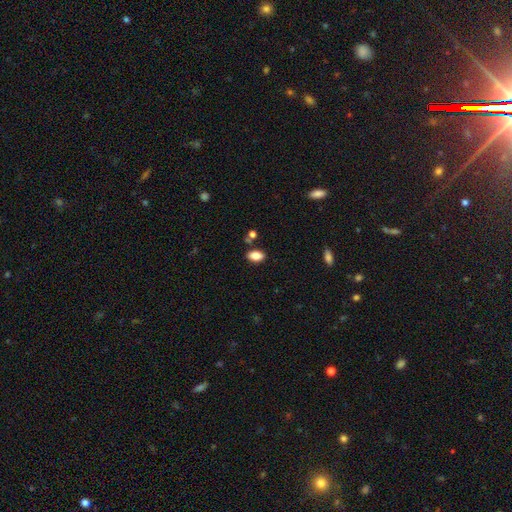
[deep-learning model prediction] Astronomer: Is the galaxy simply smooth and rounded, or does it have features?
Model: smooth — 83%.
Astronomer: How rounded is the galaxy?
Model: in between — 91%.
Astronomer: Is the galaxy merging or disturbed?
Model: none — 82%.